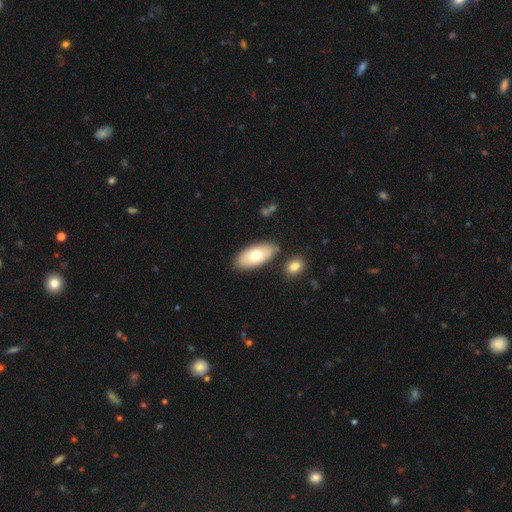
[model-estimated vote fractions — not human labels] A smooth galaxy with no disk features (68%) that is in between round and cigar-shaped (92%).

Vote fractions:
- Smooth or featured? smooth: 68% / featured or disk: 26% / star or artifact: 6%
- How rounded? in between: 92% / cigar-shaped: 5% / round: 3%
- Merging? none: 83% / minor disturbance: 9% / merger: 5% / major disturbance: 2%